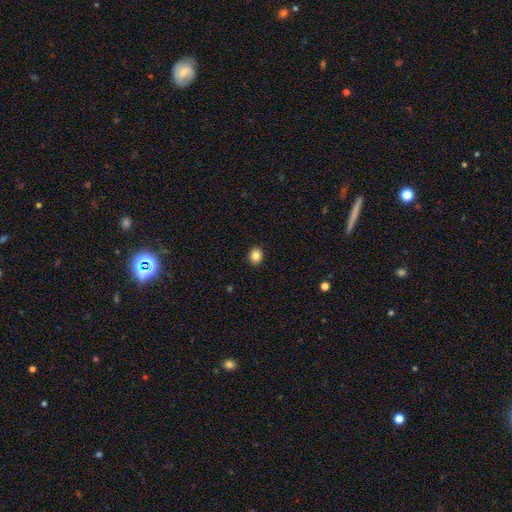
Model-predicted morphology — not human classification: This is clearly a smooth galaxy (84%). How rounded: likely round (60%). Merging: clearly none (91%).